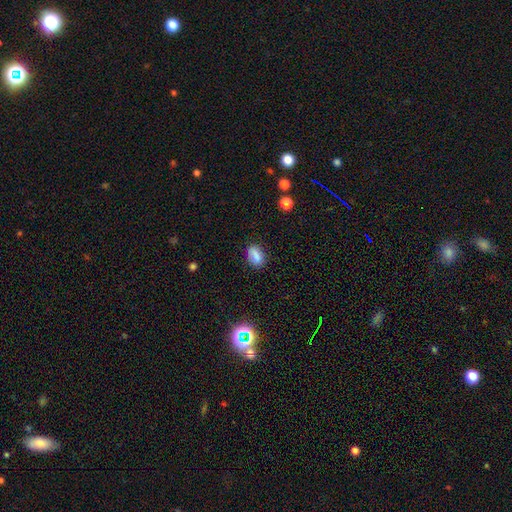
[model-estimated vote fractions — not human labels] Overall: smooth (76%). How rounded: in between (79%). Merging: none (74%).